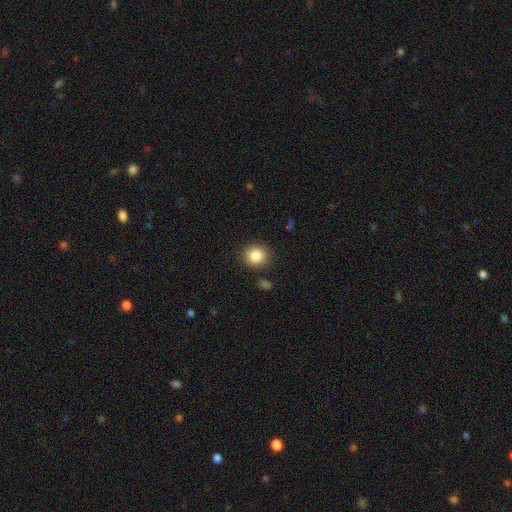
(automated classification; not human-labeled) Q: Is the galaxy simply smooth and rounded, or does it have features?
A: smooth — 85%.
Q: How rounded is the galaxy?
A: round — 86%.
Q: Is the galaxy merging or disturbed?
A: none — 88%.